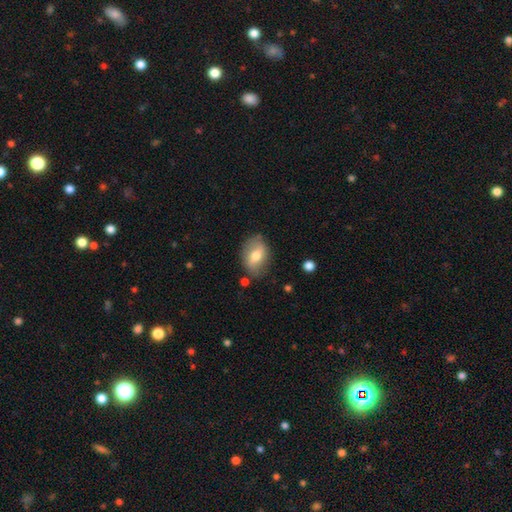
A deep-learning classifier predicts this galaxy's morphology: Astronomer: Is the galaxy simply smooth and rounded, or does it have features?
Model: smooth — 63%.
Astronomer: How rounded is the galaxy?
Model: in between — 82%.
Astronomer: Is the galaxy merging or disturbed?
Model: none — 75%.